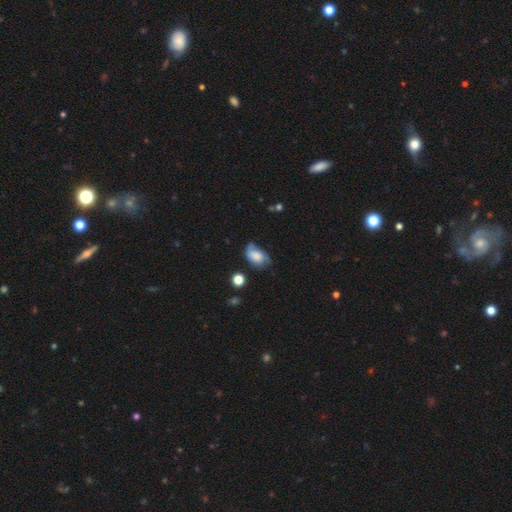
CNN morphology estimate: A smooth galaxy with no disk features (64%) that is in between round and cigar-shaped (86%). Merging: none (42%).